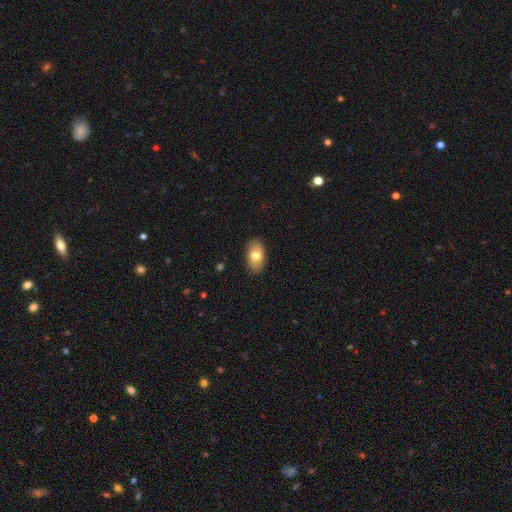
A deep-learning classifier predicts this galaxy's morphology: Smooth or featured?
  - smooth: 75% *
  - featured or disk: 18%
  - star or artifact: 7%
How rounded?
  - in between: 91% *
  - round: 6%
  - cigar-shaped: 2%
Merging?
  - none: 88% *
  - minor disturbance: 9%
  - major disturbance: 2%
  - merger: 1%